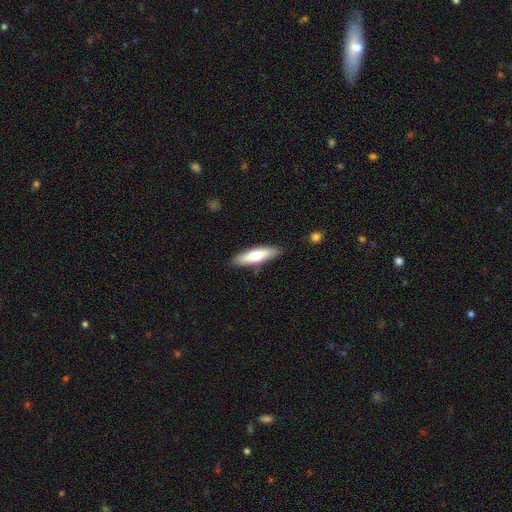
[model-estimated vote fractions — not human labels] smooth_or_featured: smooth (p=0.67) [alt: featured or disk p=0.27]
how_rounded: cigar-shaped (p=0.62) [alt: in between p=0.36]
merging: none (p=0.86) [alt: minor disturbance p=0.10]